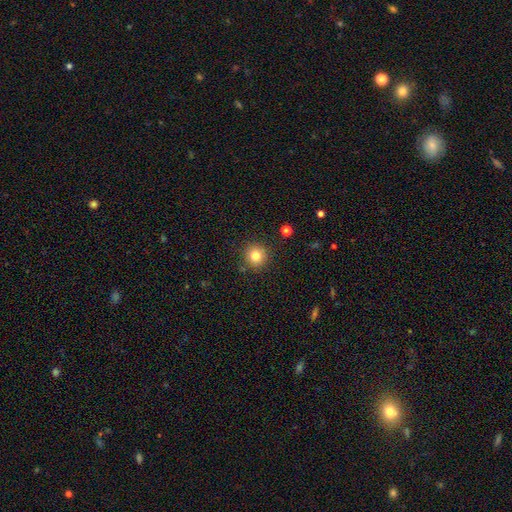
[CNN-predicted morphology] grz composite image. It shows a smooth galaxy with no disk features (81%) that is round (93%). Merging: none (88%).